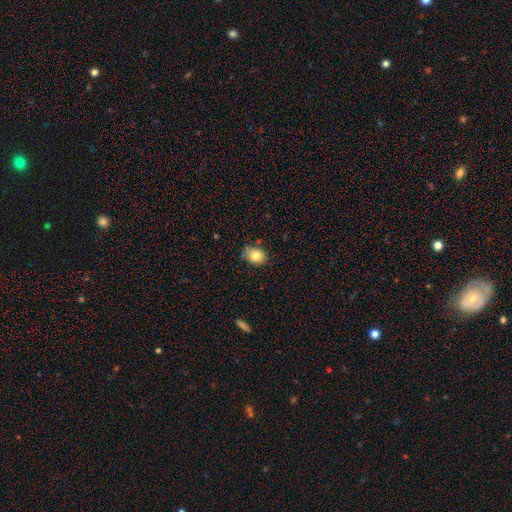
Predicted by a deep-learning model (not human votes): Smooth or featured? smooth (80%)
How rounded? in between (60%)
Merging? none (73%)